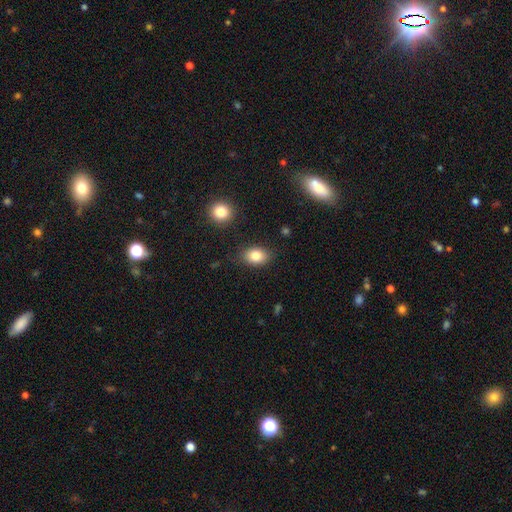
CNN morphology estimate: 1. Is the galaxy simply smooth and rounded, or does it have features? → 83% smooth, 9% star or artifact, 8% featured or disk.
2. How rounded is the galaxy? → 78% in between, 21% round, 1% cigar-shaped.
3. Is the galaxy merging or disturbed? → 83% none, 12% minor disturbance, 3% major disturbance, 2% merger.